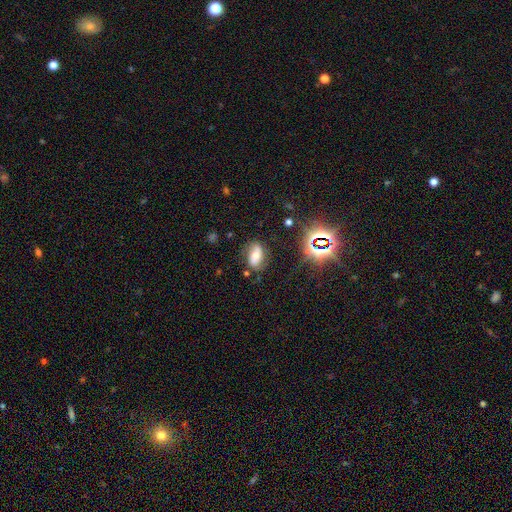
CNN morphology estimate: A smooth galaxy with no disk features (47%).

Vote fractions:
- Smooth or featured? smooth: 47% / featured or disk: 36% / star or artifact: 17%
- Merging? none: 70% / minor disturbance: 20% / major disturbance: 7% / merger: 3%